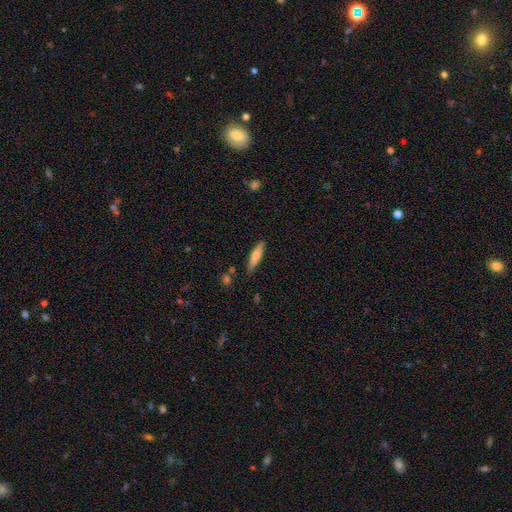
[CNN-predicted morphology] This is likely a smooth galaxy (67%). How rounded: clearly cigar-shaped (83%). Merging: clearly none (85%).